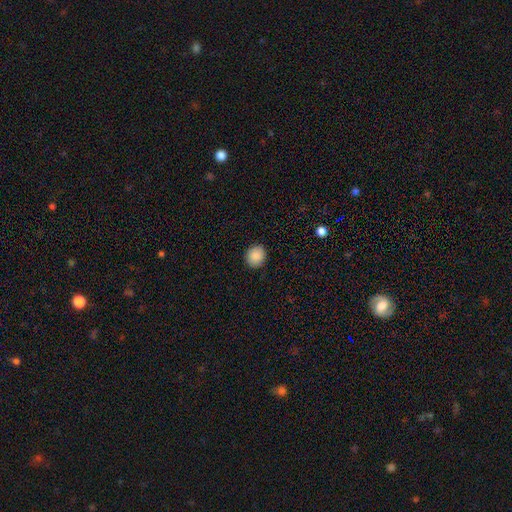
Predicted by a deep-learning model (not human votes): This appears to be a smooth galaxy with no disk features (88%) that is round (77%). Merging: none (91%).